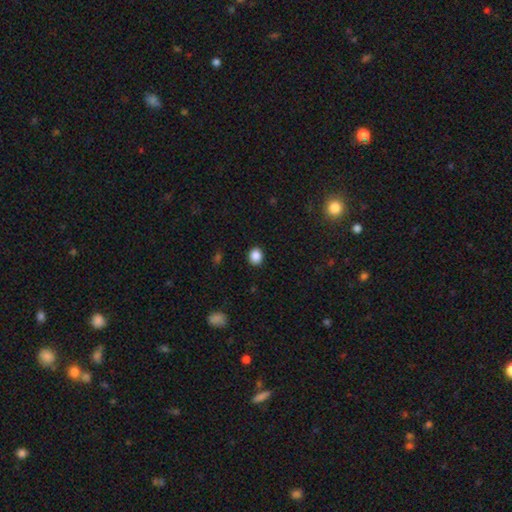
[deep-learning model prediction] smooth_or_featured: smooth (p=0.88) [alt: star or artifact p=0.10]
how_rounded: round (p=0.66) [alt: in between p=0.33]
merging: none (p=0.90) [alt: minor disturbance p=0.06]